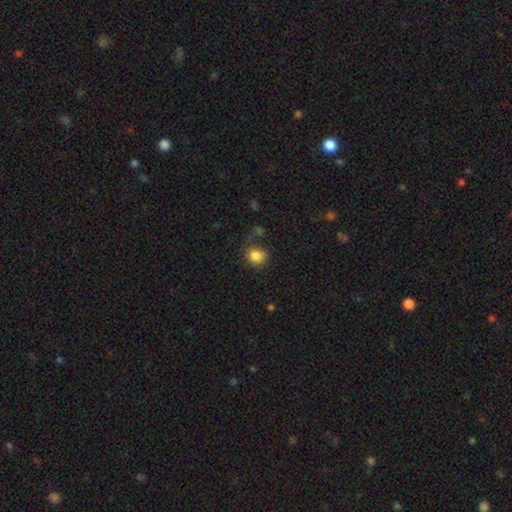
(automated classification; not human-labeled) Q: Smooth or featured?
A: smooth (84%); runner-up: star or artifact (10%)
Q: How rounded?
A: round (77%); runner-up: in between (22%)
Q: Merging?
A: none (61%); runner-up: minor disturbance (21%)